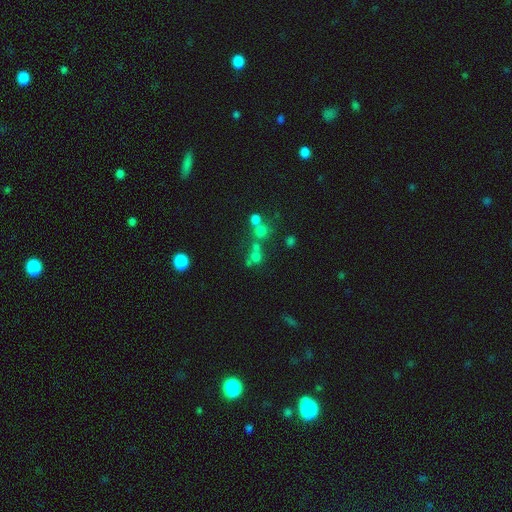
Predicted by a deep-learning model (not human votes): A smooth galaxy with no disk features (57%) that is round (80%). Merging: none (47%).